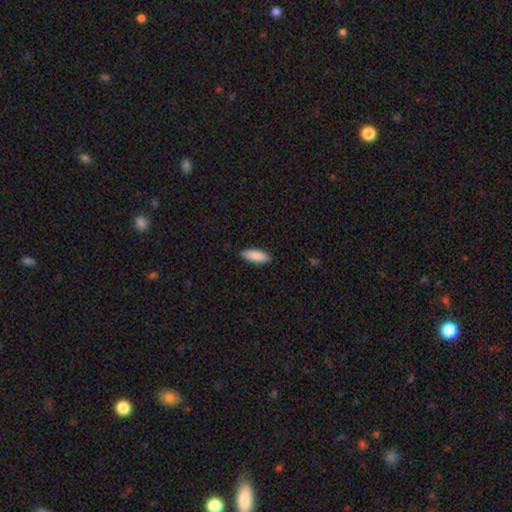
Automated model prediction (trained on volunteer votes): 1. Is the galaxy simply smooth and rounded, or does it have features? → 89% smooth, 6% star or artifact, 5% featured or disk.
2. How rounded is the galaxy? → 64% in between, 34% cigar-shaped, 2% round.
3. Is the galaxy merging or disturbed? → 89% none, 8% minor disturbance, 2% major disturbance, 1% merger.